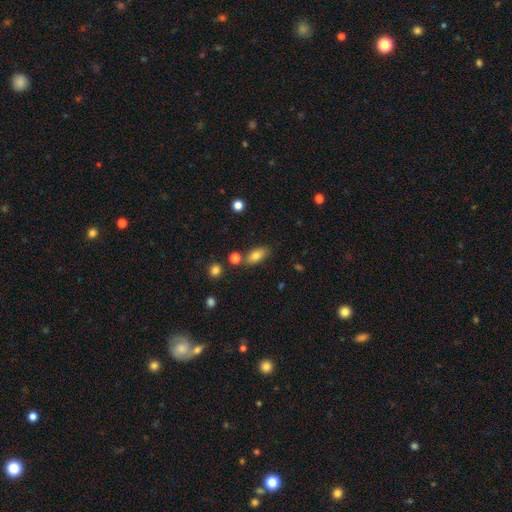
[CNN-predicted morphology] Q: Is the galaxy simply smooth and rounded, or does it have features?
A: smooth — 79%.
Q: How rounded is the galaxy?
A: in between — 84%.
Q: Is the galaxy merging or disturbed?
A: none — 74%.